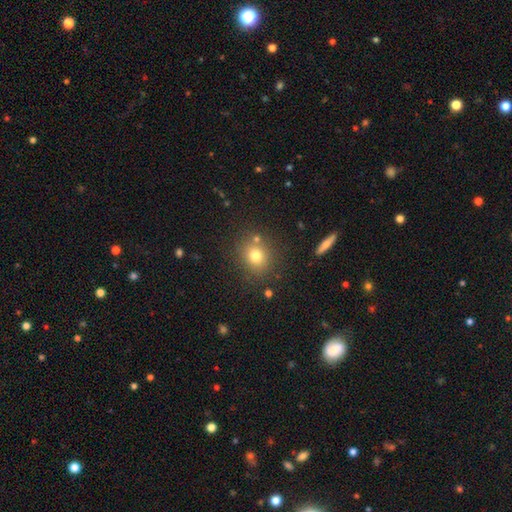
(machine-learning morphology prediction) Q: Smooth or featured?
A: smooth (75%); runner-up: star or artifact (15%)
Q: How rounded?
A: round (75%); runner-up: in between (24%)
Q: Merging?
A: none (79%); runner-up: minor disturbance (10%)